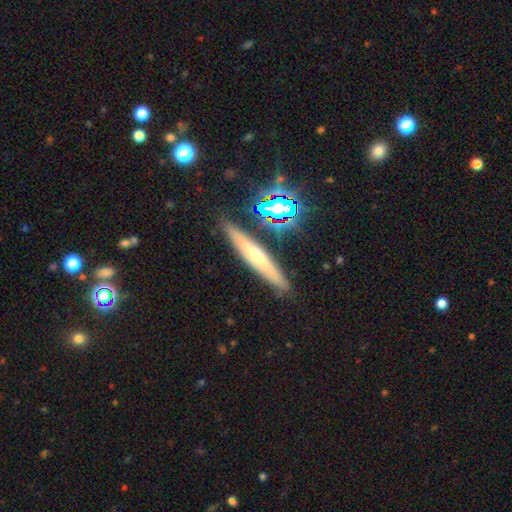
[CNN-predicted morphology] smooth_or_featured: featured or disk (p=0.48) [alt: smooth p=0.39]
merging: none (p=0.87) [alt: minor disturbance p=0.08]